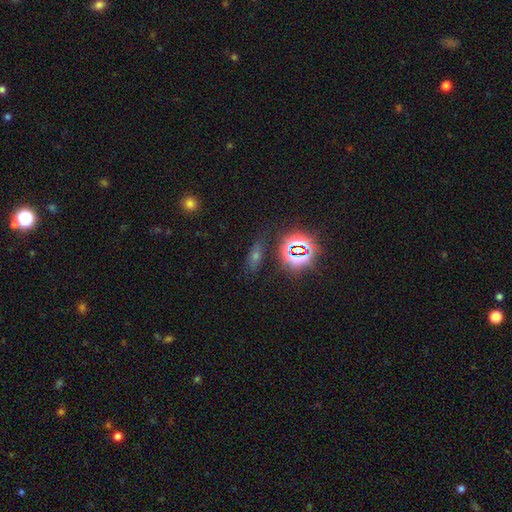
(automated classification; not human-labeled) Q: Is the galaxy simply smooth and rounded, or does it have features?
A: star or artifact — 49%.